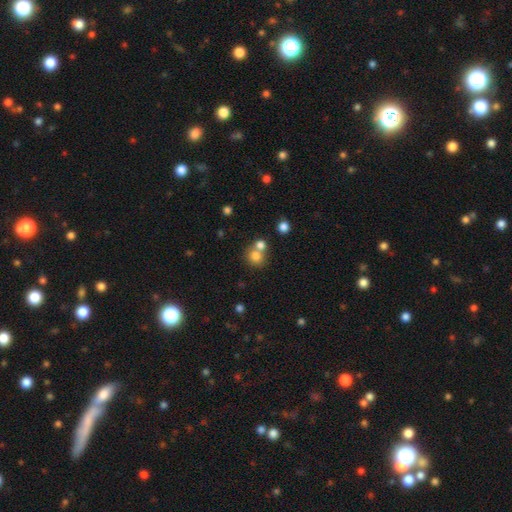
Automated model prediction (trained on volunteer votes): Morphology: type=smooth (77%); roundness=round (83%); merging=none (49%).